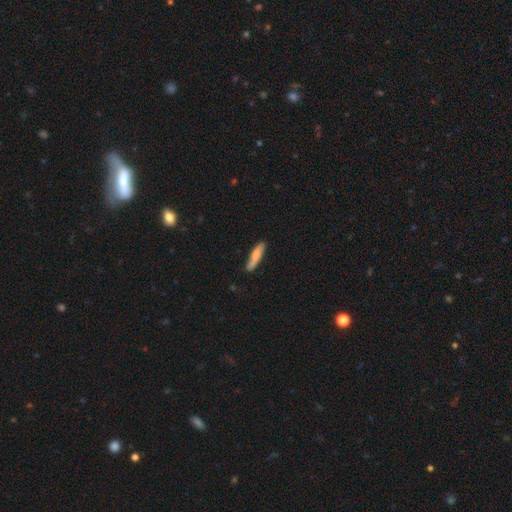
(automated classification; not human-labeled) The model was most divided on "smooth or featured": smooth: 75%, featured or disk: 20%, star or artifact: 5%. More confident: how rounded — cigar-shaped (82%); merging — none (76%).